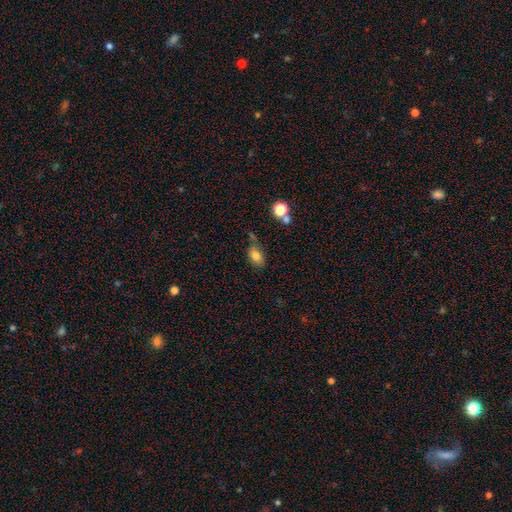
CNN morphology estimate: smooth-or-featured: smooth: 80% | star or artifact: 10% | featured or disk: 10%
  how-rounded: in between: 86% | round: 11% | cigar-shaped: 3%
  merging: none: 59% | minor disturbance: 22% | merger: 11% | major disturbance: 8%